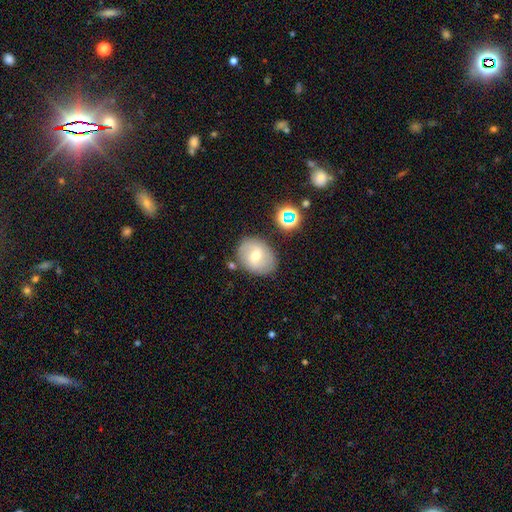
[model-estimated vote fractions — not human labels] The model was most divided on "how rounded": round: 51%, in between: 48%, cigar-shaped: 1%. More confident: merging — none (78%); smooth or featured — smooth (52%).